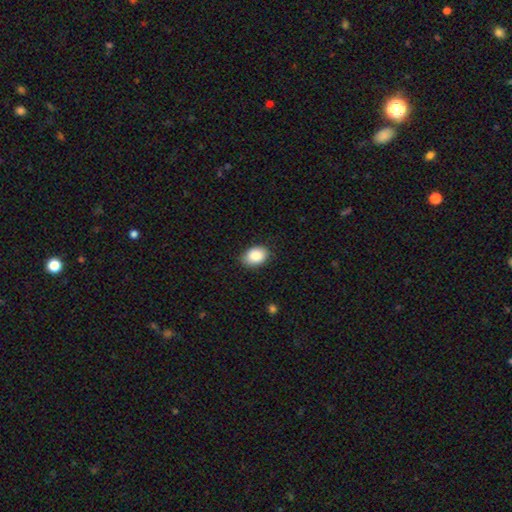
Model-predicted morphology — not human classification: A smooth galaxy with no disk features (88%) that is in between round and cigar-shaped (75%).

Vote fractions:
- Smooth or featured? smooth: 88% / star or artifact: 7% / featured or disk: 5%
- How rounded? in between: 75% / round: 24% / cigar-shaped: 1%
- Merging? none: 81% / minor disturbance: 16% / major disturbance: 3% / merger: 1%